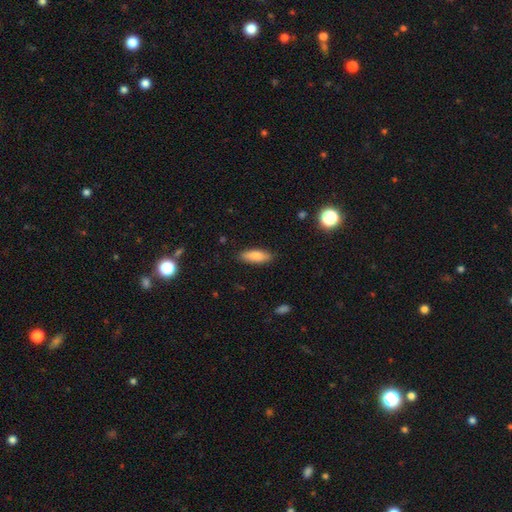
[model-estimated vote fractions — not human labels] smooth-or-featured: smooth: 83% | featured or disk: 11% | star or artifact: 7%
  how-rounded: in between: 63% | cigar-shaped: 35% | round: 2%
  merging: none: 86% | minor disturbance: 10% | major disturbance: 2% | merger: 1%